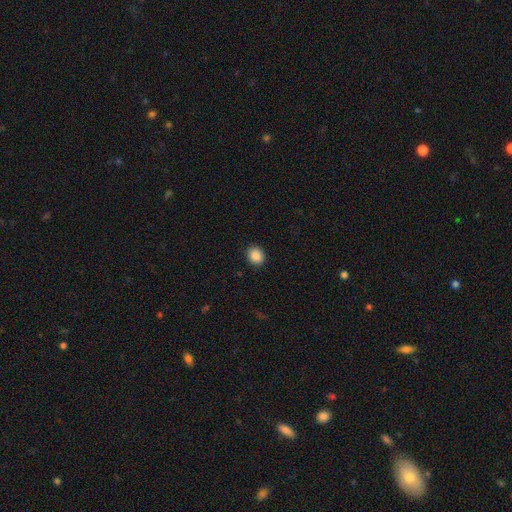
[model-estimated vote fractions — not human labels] This is clearly a smooth galaxy (88%). How rounded: likely round (68%). Merging: clearly none (91%).